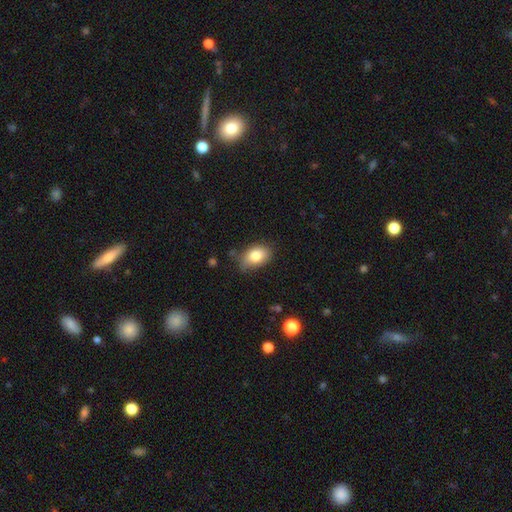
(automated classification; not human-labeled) Q: Smooth or featured?
A: smooth (82%); runner-up: featured or disk (10%)
Q: How rounded?
A: in between (86%); runner-up: round (13%)
Q: Merging?
A: none (68%); runner-up: minor disturbance (25%)